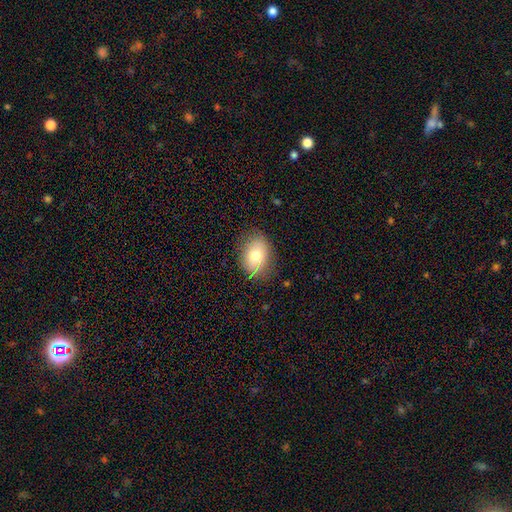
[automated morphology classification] A smooth galaxy with no disk features (72%) that is in between round and cigar-shaped (69%). Merging: none (79%).